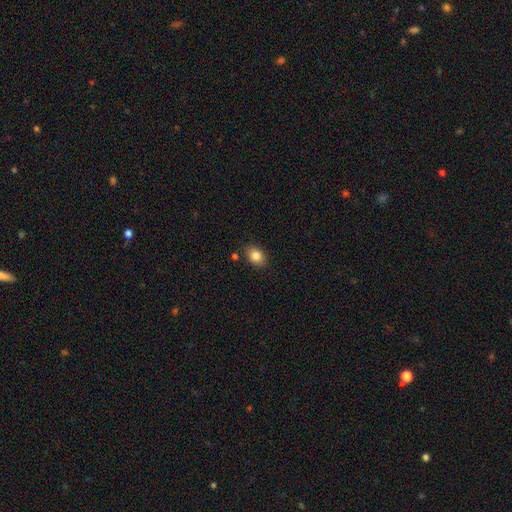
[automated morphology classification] Smooth or featured: smooth — 85% (star or artifact — 9%)
How rounded: in between — 69% (round — 29%)
Merging: none — 82% (minor disturbance — 12%)